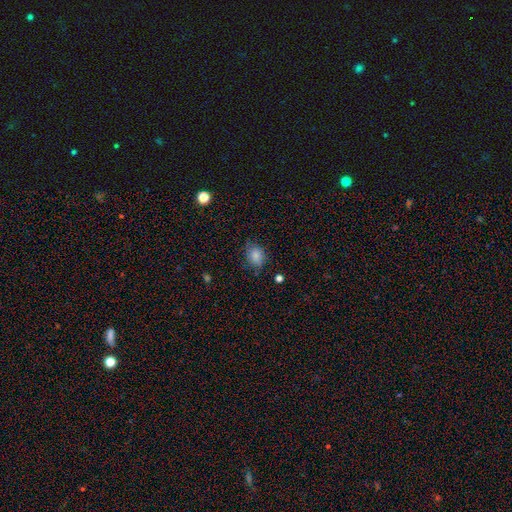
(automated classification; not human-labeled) Smooth or featured?
  - smooth: 85% *
  - star or artifact: 9%
  - featured or disk: 6%
How rounded?
  - in between: 56% *
  - round: 43%
  - cigar-shaped: 1%
Merging?
  - none: 73% *
  - minor disturbance: 20%
  - major disturbance: 5%
  - merger: 2%